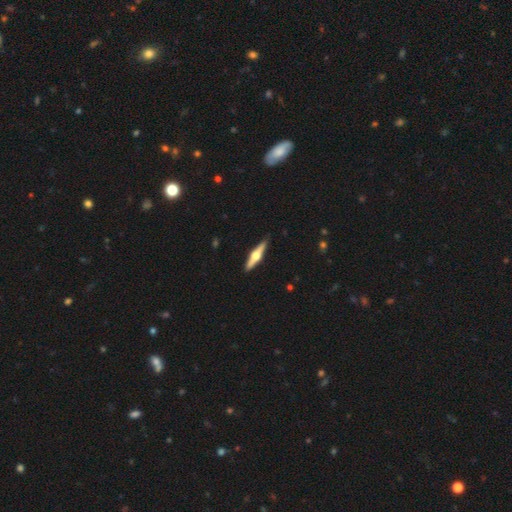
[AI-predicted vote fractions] Smooth or featured? featured or disk (70%)
Edge-on disk? yes (97%)
Edge-on bulge? rounded (95%)
Merging? none (90%)